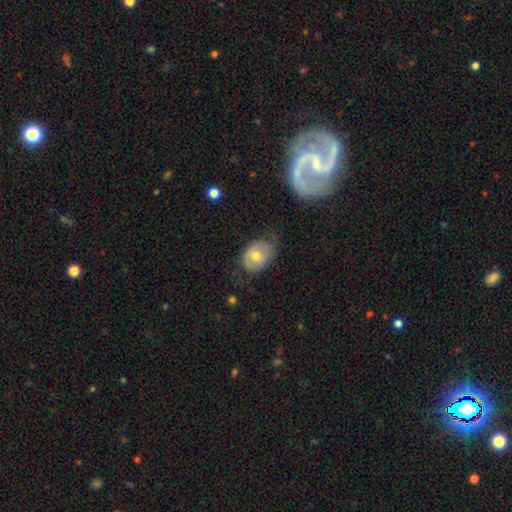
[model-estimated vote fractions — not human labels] Q: Smooth or featured?
A: smooth (56%); runner-up: featured or disk (36%)
Q: How rounded?
A: in between (69%); runner-up: round (30%)
Q: Merging?
A: none (52%); runner-up: minor disturbance (31%)